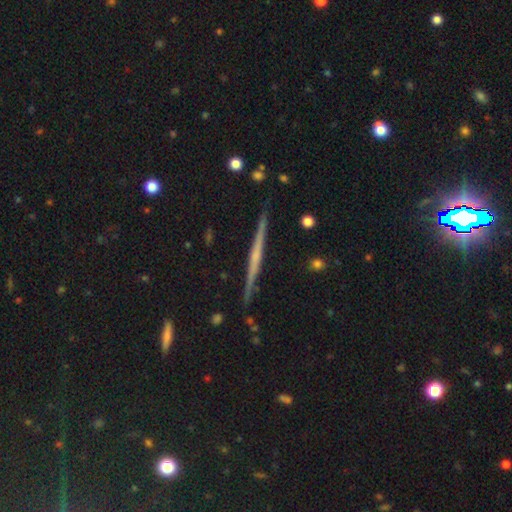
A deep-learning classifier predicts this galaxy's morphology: smooth_or_featured: featured or disk (p=0.72) [alt: smooth p=0.22]
disk_edge_on: yes (p=0.98) [alt: no p=0.02]
edge_on_bulge: none (p=0.60) [alt: rounded p=0.29]
merging: none (p=0.89) [alt: minor disturbance p=0.08]